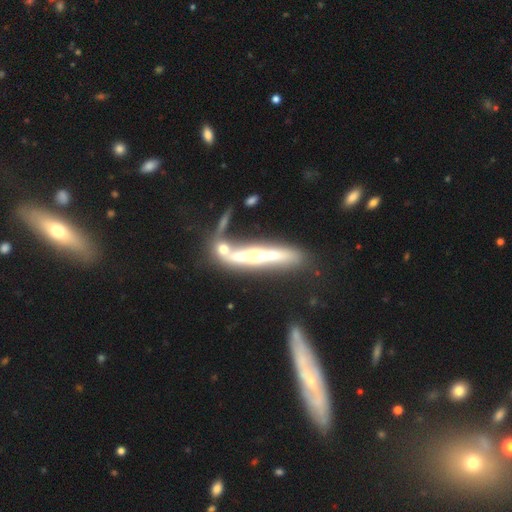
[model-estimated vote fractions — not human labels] Q: Smooth or featured?
A: featured or disk (68%); runner-up: smooth (24%)
Q: Edge-on disk?
A: yes (79%); runner-up: no (21%)
Q: Edge-on bulge?
A: rounded (40%); runner-up: none (35%)
Q: Merging?
A: none (36%); runner-up: merger (32%)